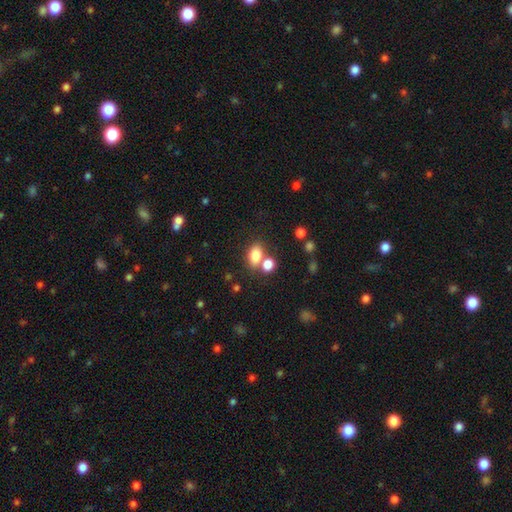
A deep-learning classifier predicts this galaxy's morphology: This appears to be a smooth galaxy with no disk features (81%) that is in between round and cigar-shaped (79%). Merging: none (55%).